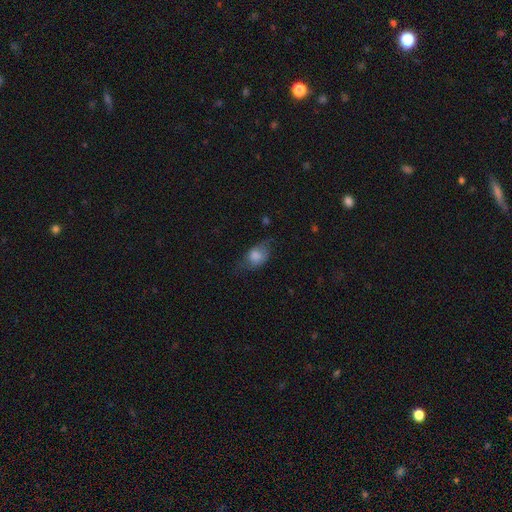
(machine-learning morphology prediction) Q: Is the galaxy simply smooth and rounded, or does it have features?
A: smooth — 68%.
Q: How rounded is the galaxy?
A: in between — 76%.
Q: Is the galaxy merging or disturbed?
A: none — 53%.